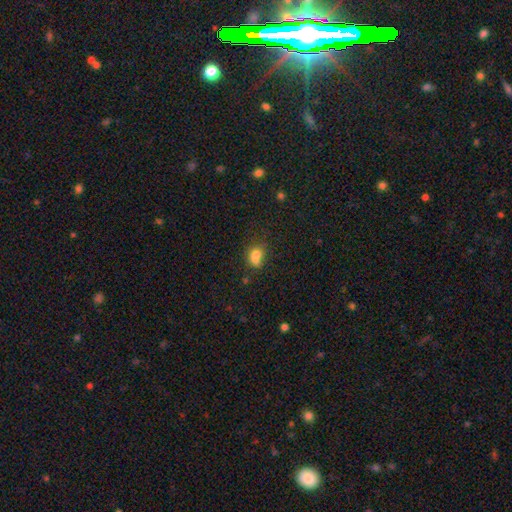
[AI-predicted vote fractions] A smooth galaxy with no disk features (76%) that is in between round and cigar-shaped (61%). Merging: none (36%).